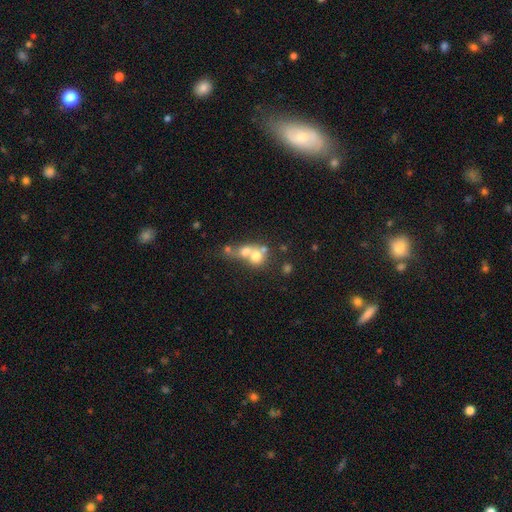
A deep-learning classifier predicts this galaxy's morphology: The model was most divided on "smooth or featured": smooth: 63%, featured or disk: 24%, star or artifact: 13%. More confident: how rounded — round (74%); merging — merger (67%).